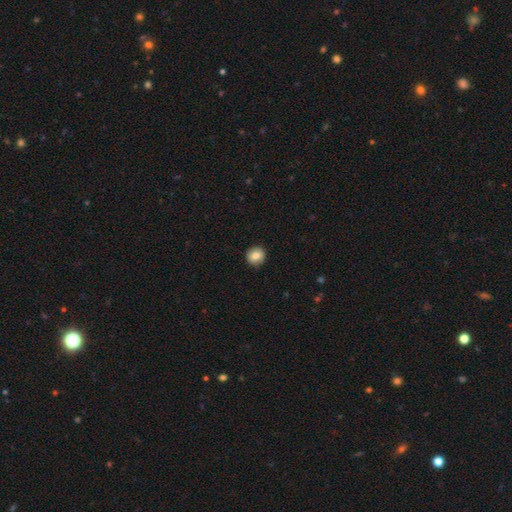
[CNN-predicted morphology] smooth_or_featured: smooth (p=0.79) [alt: featured or disk p=0.12]
how_rounded: round (p=0.91) [alt: in between p=0.08]
merging: none (p=0.90) [alt: minor disturbance p=0.08]